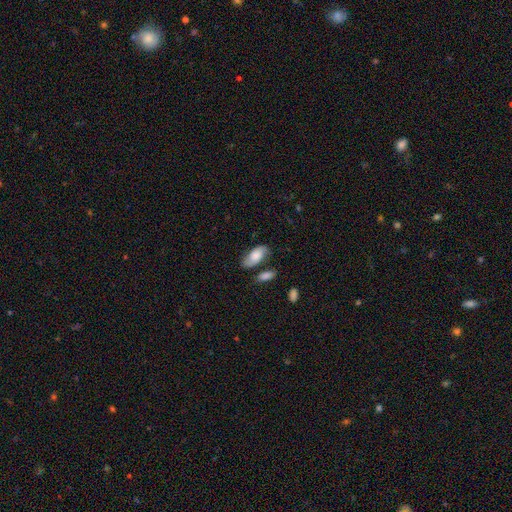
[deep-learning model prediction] smooth 56%, featured or disk 36%, star or artifact 7%. Down the decision tree: how rounded — in between (90%); merging — none (64%).